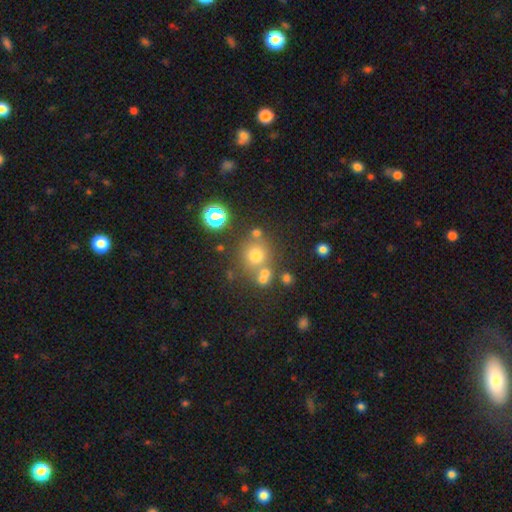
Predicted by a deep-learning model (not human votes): Smooth or featured? smooth (67%)
How rounded? round (88%)
Merging? none (65%)